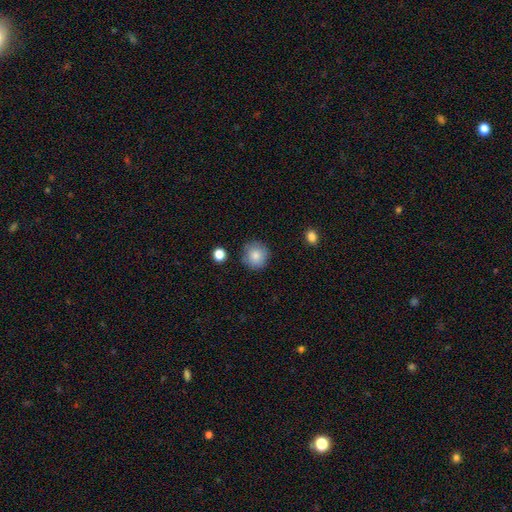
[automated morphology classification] The model was most divided on "merging": none: 84%, minor disturbance: 11%, major disturbance: 3%, merger: 2%. More confident: how rounded — round (92%); smooth or featured — smooth (83%).